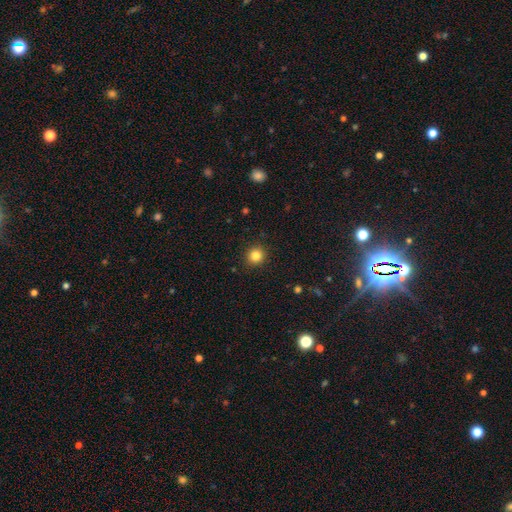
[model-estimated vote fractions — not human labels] This appears to be a smooth galaxy with no disk features (84%) that is round (90%). Merging: none (91%).